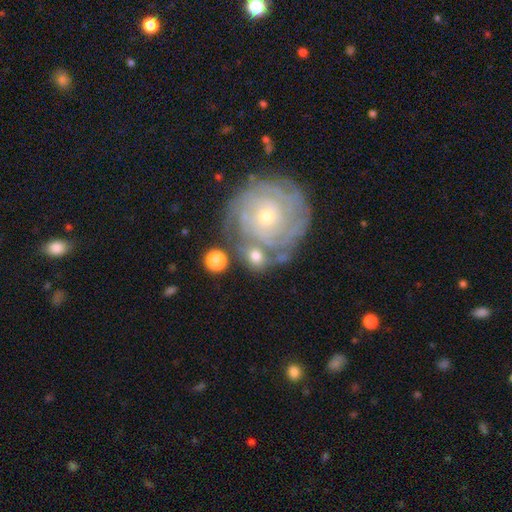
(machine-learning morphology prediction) Smooth or featured: featured or disk — 54% (smooth — 37%)
Edge-on disk: no — 96% (yes — 4%)
Bar: no — 72% (weak — 21%)
Spiral arms: yes — 83% (no — 17%)
Bulge size: small — 59% (moderate — 32%)
Merging: none — 57% (merger — 20%)